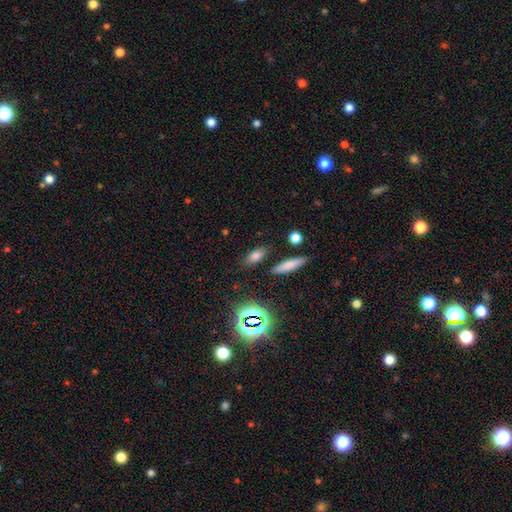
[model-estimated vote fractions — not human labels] Q: Smooth or featured?
A: smooth (71%); runner-up: star or artifact (17%)
Q: How rounded?
A: in between (72%); runner-up: cigar-shaped (18%)
Q: Merging?
A: none (80%); runner-up: minor disturbance (12%)